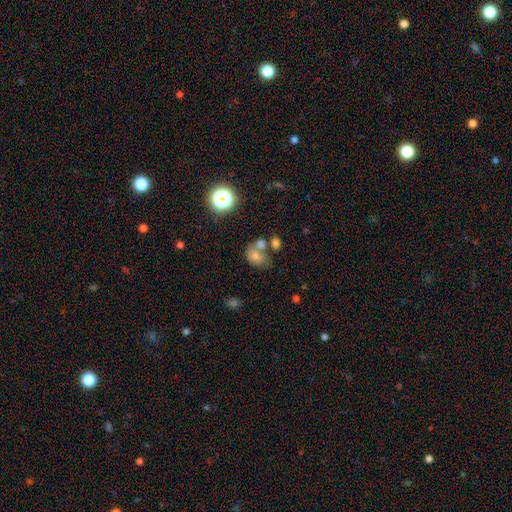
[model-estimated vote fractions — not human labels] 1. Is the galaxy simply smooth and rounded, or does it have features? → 67% smooth, 17% featured or disk, 16% star or artifact.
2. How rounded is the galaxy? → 59% in between, 40% round, 1% cigar-shaped.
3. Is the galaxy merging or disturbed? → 43% merger, 35% none, 14% minor disturbance, 8% major disturbance.